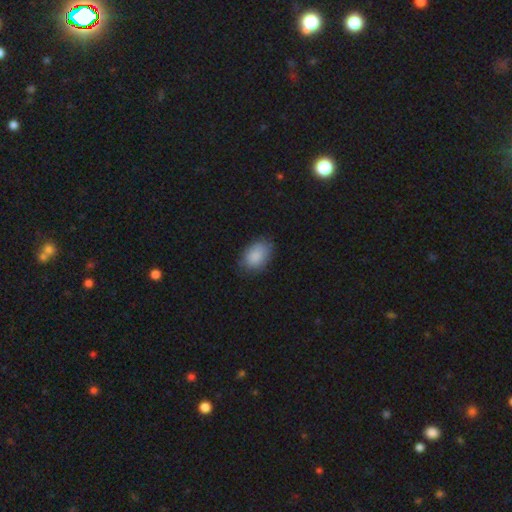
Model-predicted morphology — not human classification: Smooth or featured?
  - smooth: 86% *
  - star or artifact: 7%
  - featured or disk: 6%
How rounded?
  - in between: 82% *
  - round: 17%
  - cigar-shaped: 1%
Merging?
  - none: 75% *
  - minor disturbance: 19%
  - major disturbance: 4%
  - merger: 1%